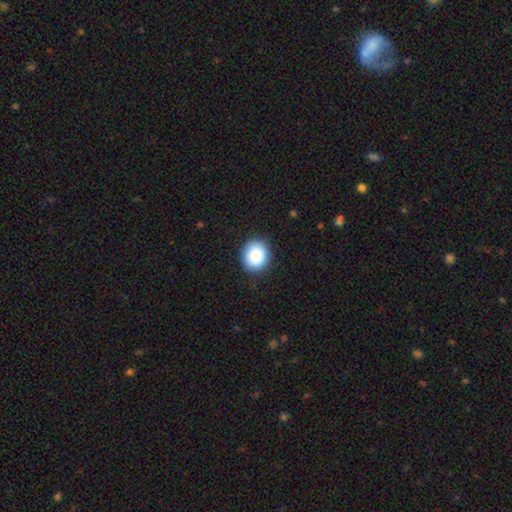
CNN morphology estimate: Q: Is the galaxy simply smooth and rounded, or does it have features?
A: smooth — 86%.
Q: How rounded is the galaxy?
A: round — 83%.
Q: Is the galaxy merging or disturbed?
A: none — 90%.